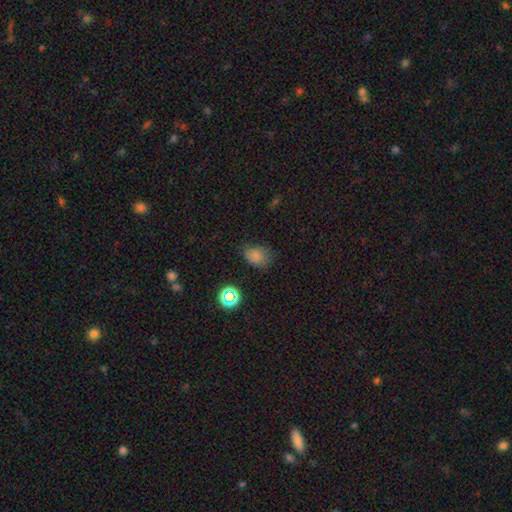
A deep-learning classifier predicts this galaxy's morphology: smooth 76%, star or artifact 17%, featured or disk 7%. Down the decision tree: how rounded — in between (58%); merging — none (64%).